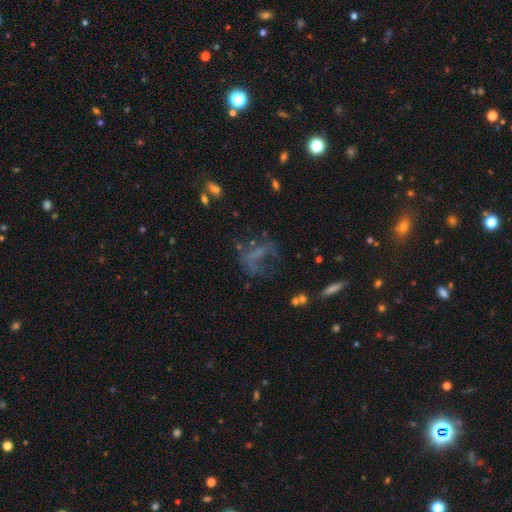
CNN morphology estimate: Smooth or featured: featured or disk — 44% (smooth — 30%)
Merging: major disturbance — 39% (none — 38%)